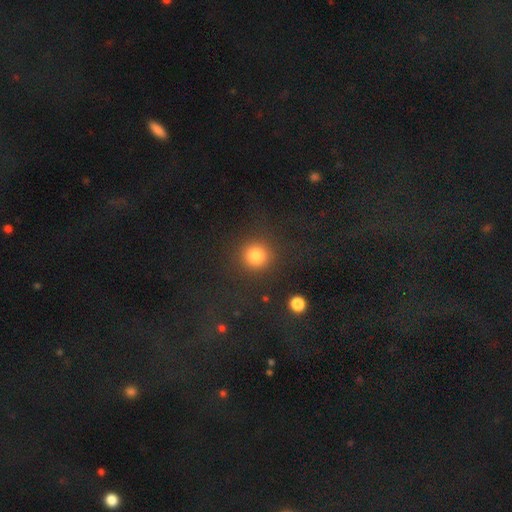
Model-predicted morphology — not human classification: type=smooth (82%); roundness=round (92%); merging=none (88%).